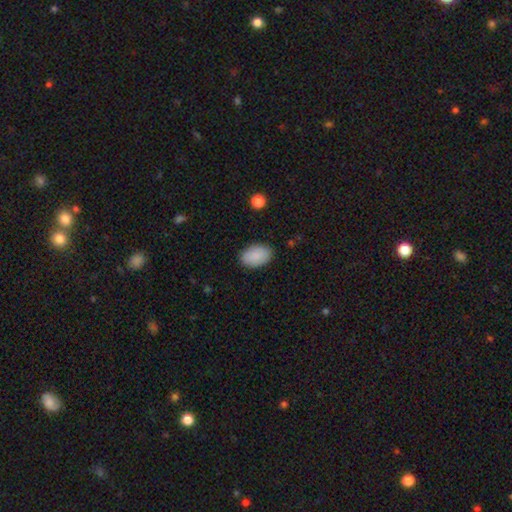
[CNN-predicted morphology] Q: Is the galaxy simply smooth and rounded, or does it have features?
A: smooth — 90%.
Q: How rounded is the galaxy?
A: in between — 91%.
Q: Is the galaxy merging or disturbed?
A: none — 87%.